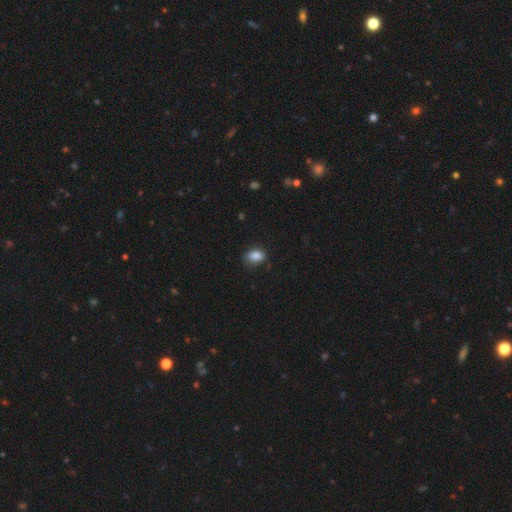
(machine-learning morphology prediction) A smooth galaxy with no disk features (86%) that is in between round and cigar-shaped (82%). Merging: none (73%).